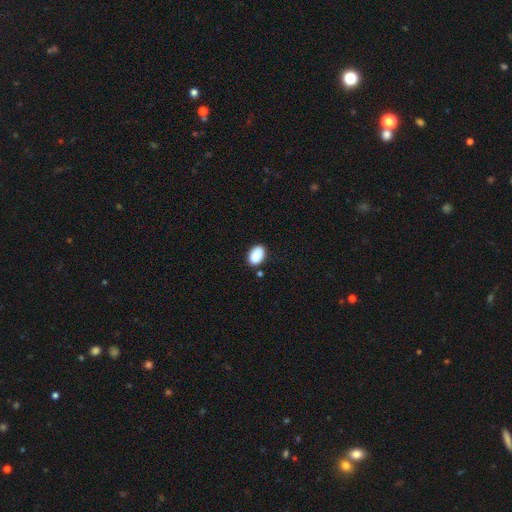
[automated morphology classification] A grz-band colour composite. It shows a smooth galaxy with no disk features (88%) that is in between round and cigar-shaped (90%). Merging: none (81%).